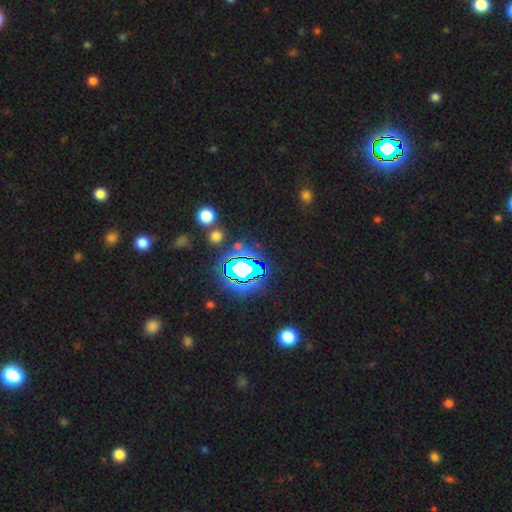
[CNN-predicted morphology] type=star or artifact (81%).